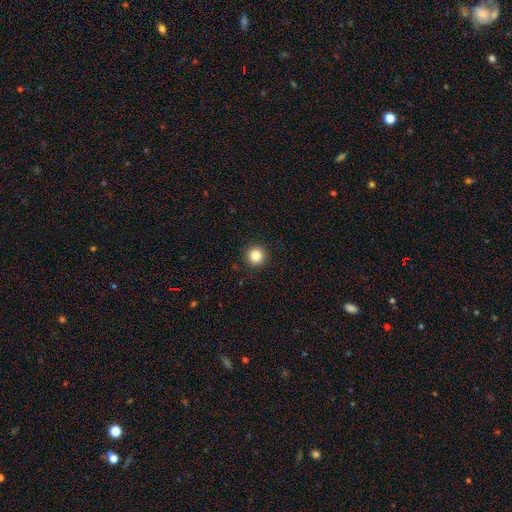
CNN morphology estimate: The model was most divided on "smooth or featured": smooth: 84%, star or artifact: 11%, featured or disk: 5%. More confident: how rounded — round (96%); merging — none (92%).